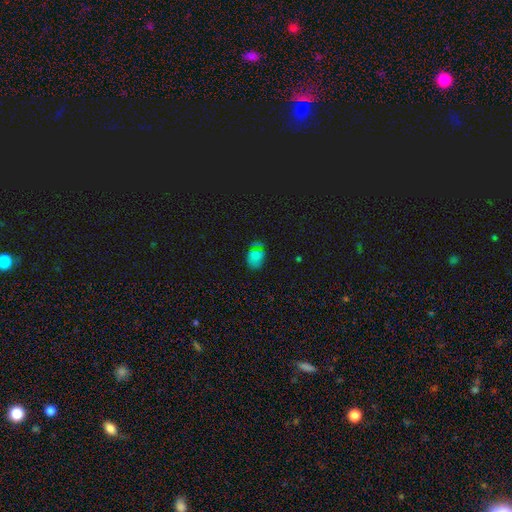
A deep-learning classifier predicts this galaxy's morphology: Smooth or featured: smooth — 62% (star or artifact — 30%)
How rounded: in between — 59% (round — 38%)
Merging: none — 58% (minor disturbance — 20%)